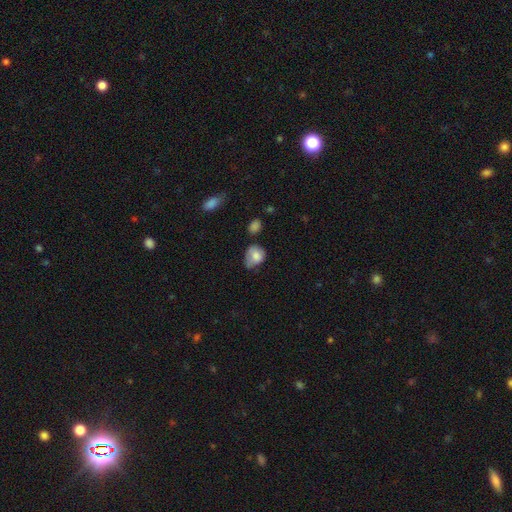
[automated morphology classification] Smooth or featured? Predicted: smooth (p=0.75). How rounded? Predicted: in between (p=0.51). Merging? Predicted: minor disturbance (p=0.41).